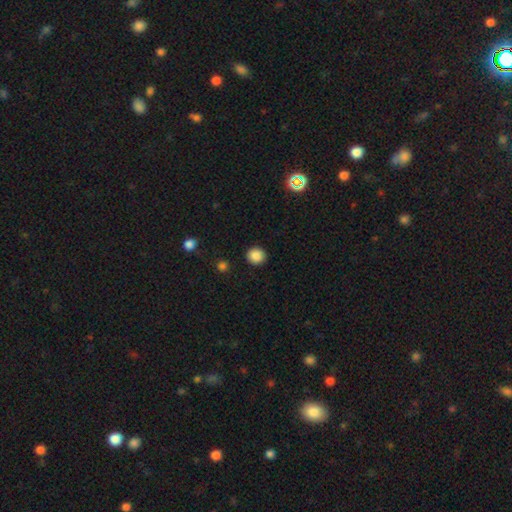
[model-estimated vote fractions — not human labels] Smooth or featured: smooth — 88% (star or artifact — 9%)
How rounded: round — 89% (in between — 10%)
Merging: none — 91% (minor disturbance — 5%)